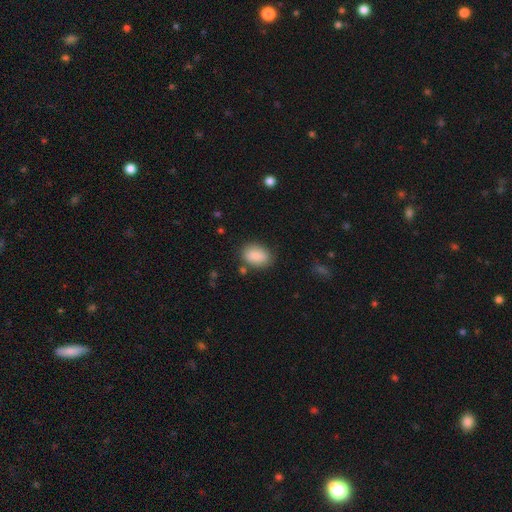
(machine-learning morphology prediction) Smooth or featured?
  - smooth: 88% *
  - star or artifact: 7%
  - featured or disk: 5%
How rounded?
  - in between: 84% *
  - round: 15%
  - cigar-shaped: 1%
Merging?
  - none: 79% *
  - minor disturbance: 14%
  - major disturbance: 4%
  - merger: 3%